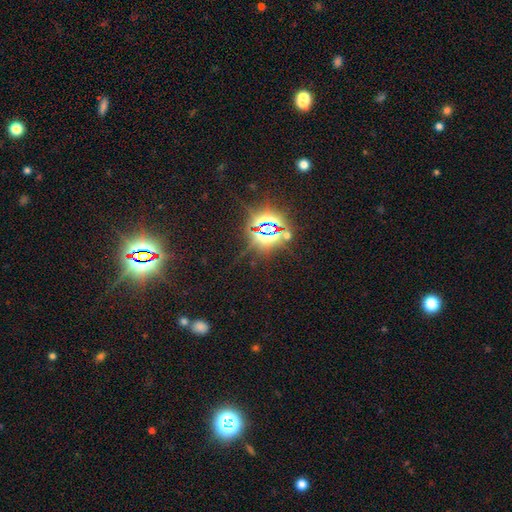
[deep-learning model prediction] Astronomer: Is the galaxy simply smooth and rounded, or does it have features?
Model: star or artifact — 83%.